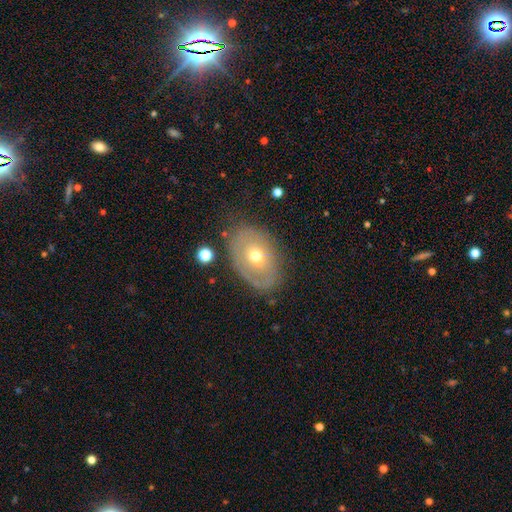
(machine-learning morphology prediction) Smooth or featured? Predicted: featured or disk (p=0.52). Edge-on disk? Predicted: no (p=0.90). Merging? Predicted: none (p=0.69).